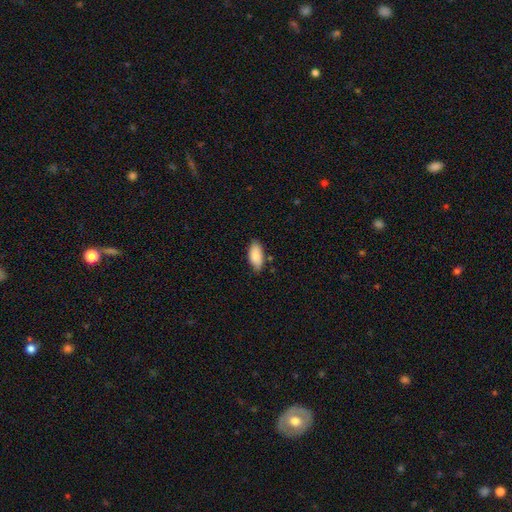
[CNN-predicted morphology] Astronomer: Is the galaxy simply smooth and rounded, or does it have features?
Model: smooth — 88%.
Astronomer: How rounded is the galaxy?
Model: in between — 89%.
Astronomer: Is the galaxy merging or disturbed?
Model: none — 80%.